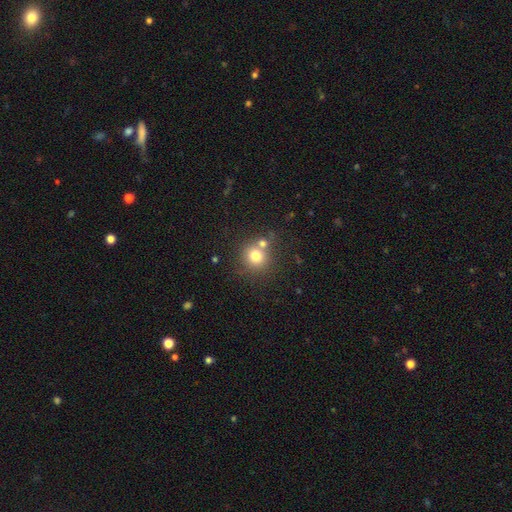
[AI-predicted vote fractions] smooth-or-featured: smooth: 76% | star or artifact: 13% | featured or disk: 11%
  how-rounded: round: 90% | in between: 9% | cigar-shaped: 1%
  merging: none: 62% | merger: 26% | minor disturbance: 9% | major disturbance: 4%